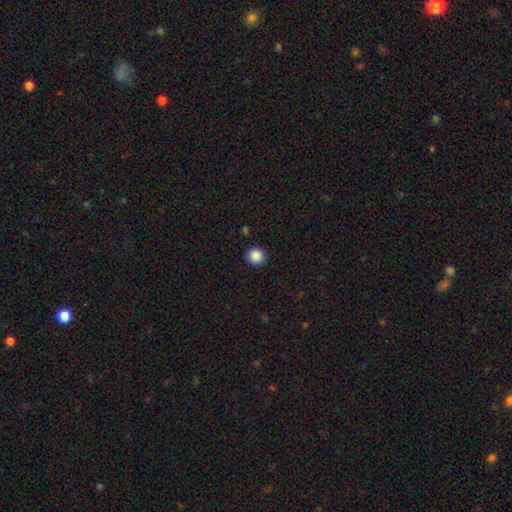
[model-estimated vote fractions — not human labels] Smooth or featured: smooth — 87% (star or artifact — 10%)
How rounded: round — 93% (in between — 7%)
Merging: none — 92% (minor disturbance — 5%)